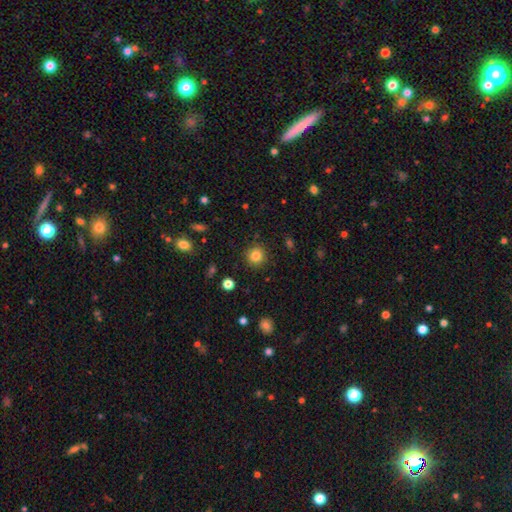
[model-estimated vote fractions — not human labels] This is clearly a smooth galaxy (83%). How rounded: clearly round (93%). Merging: clearly none (90%).